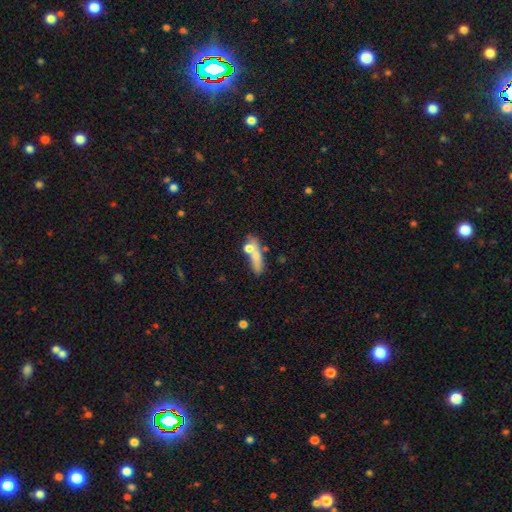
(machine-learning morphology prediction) The model was most divided on "merging": none: 40%, merger: 33%, minor disturbance: 16%, major disturbance: 11%. More confident: smooth or featured — smooth (64%); how rounded — cigar-shaped (54%).